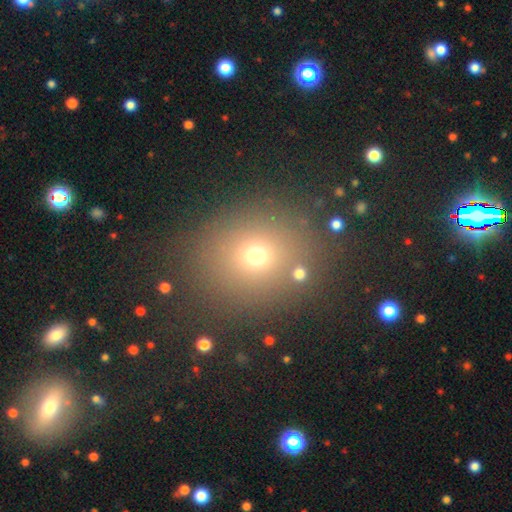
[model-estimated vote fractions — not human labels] Morphology: type=smooth (65%); roundness=round (77%); merging=none (84%).